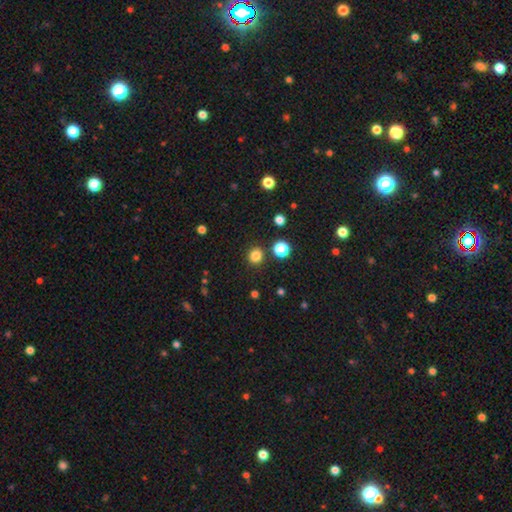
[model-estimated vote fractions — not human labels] The model was most divided on "smooth or featured": smooth: 82%, star or artifact: 14%, featured or disk: 4%. More confident: how rounded — round (90%); merging — none (90%).